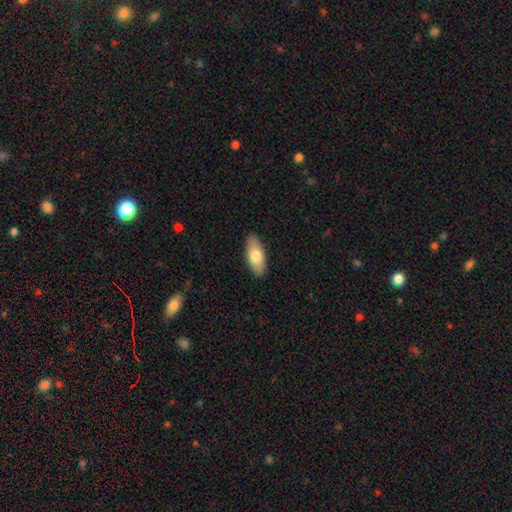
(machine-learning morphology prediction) smooth_or_featured: smooth (p=0.75) [alt: featured or disk p=0.19]
how_rounded: in between (p=0.85) [alt: cigar-shaped p=0.12]
merging: none (p=0.89) [alt: minor disturbance p=0.08]